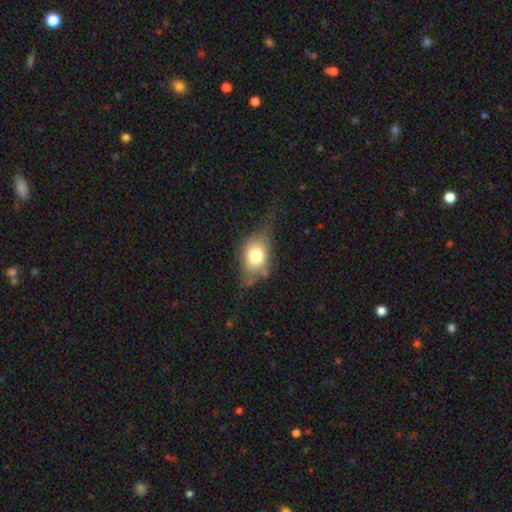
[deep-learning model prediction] Morphology: type=smooth (70%); roundness=in between (69%); merging=none (46%).